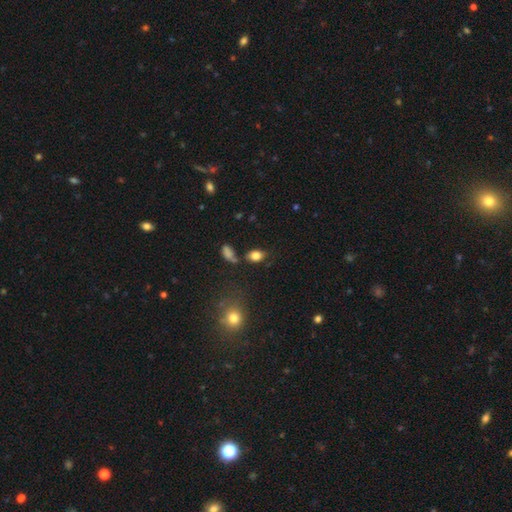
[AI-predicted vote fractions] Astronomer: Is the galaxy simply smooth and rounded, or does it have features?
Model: smooth — 82%.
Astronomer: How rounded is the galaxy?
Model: in between — 81%.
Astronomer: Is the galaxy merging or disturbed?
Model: none — 69%.